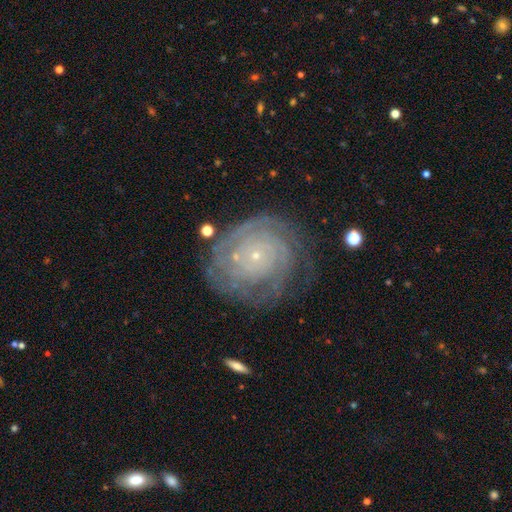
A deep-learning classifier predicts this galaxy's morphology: A featured or disk galaxy (84%) with no bar (85%), tight (85%) spiral arms (96%) and a small central bulge (90%). Merging: none (73%).